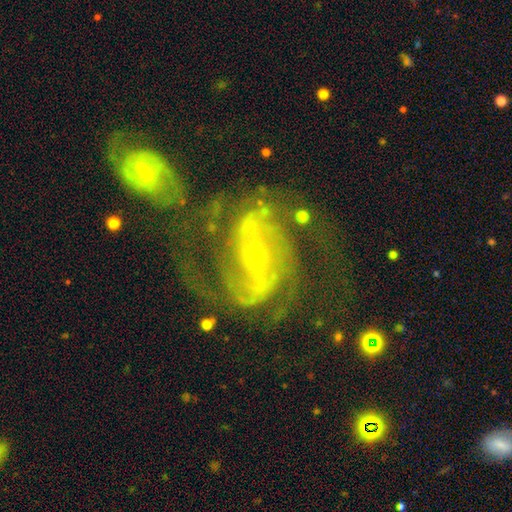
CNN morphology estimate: type=featured or disk (89%); edge-on=no (97%); bar=strong (55%); spiral arms=yes (95%); winding=medium (50%); arm count=2 (69%); bulge=small (81%); merging=none (49%).